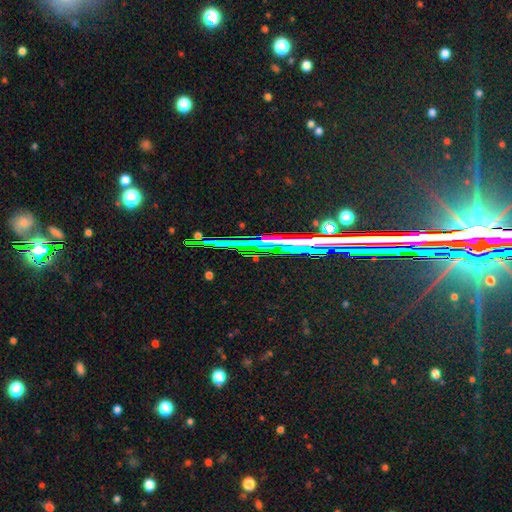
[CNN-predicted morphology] type=star or artifact (65%).